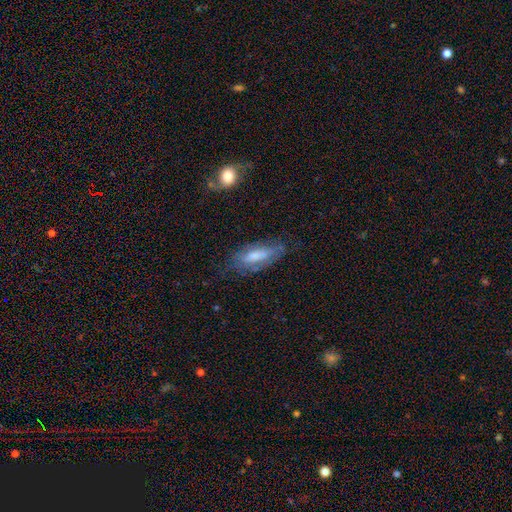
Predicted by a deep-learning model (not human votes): This is possibly a smooth galaxy (59%). How rounded: likely in between (69%). Merging: likely none (61%).